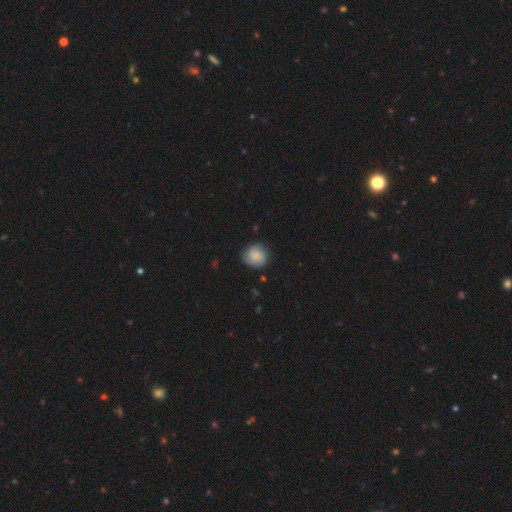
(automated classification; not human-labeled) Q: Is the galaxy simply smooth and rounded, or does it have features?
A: smooth — 79%.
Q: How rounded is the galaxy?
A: round — 87%.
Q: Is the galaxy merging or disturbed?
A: none — 80%.